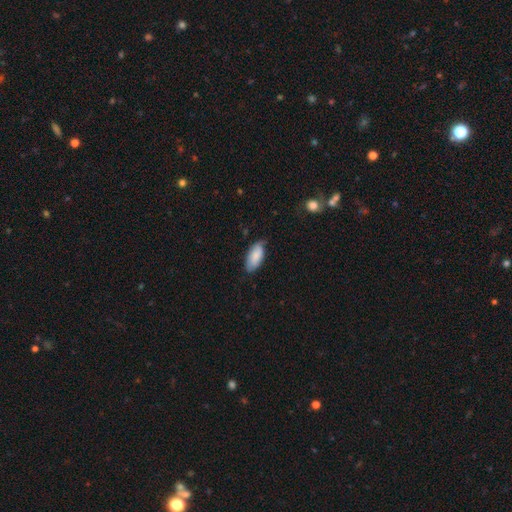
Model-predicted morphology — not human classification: Smooth or featured?
  - smooth: 83% *
  - featured or disk: 11%
  - star or artifact: 6%
How rounded?
  - in between: 91% *
  - cigar-shaped: 7%
  - round: 2%
Merging?
  - none: 65% *
  - minor disturbance: 30%
  - major disturbance: 5%
  - merger: 1%